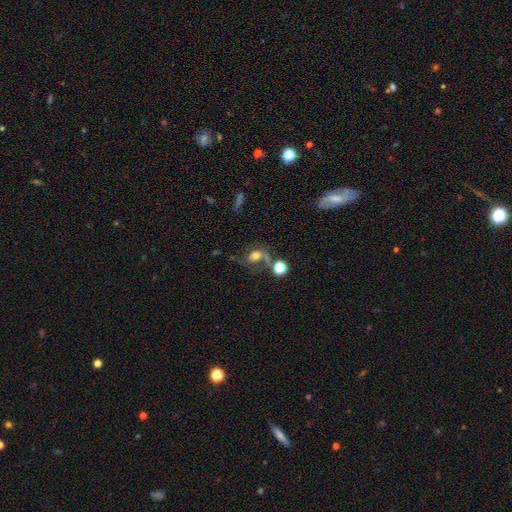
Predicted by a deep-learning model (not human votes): Smooth or featured: smooth — 46% (featured or disk — 40%)
Merging: none — 38% (major disturbance — 24%)